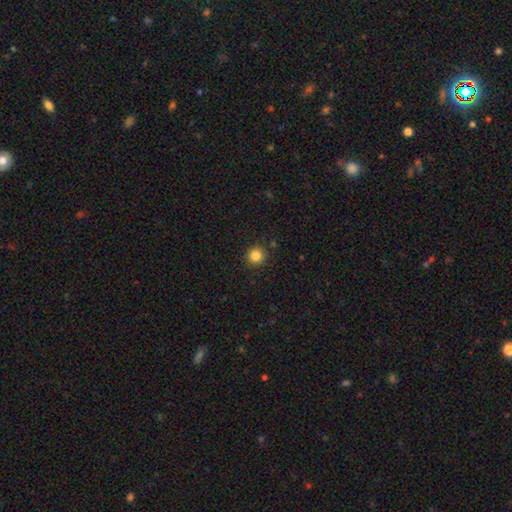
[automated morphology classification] smooth-or-featured: smooth: 84% | star or artifact: 12% | featured or disk: 4%
  how-rounded: round: 95% | in between: 4% | cigar-shaped: 1%
  merging: none: 91% | minor disturbance: 5% | major disturbance: 2% | merger: 1%